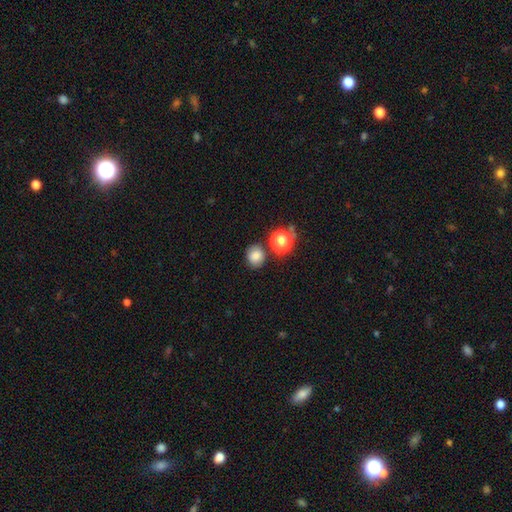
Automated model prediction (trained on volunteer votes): This is likely a smooth galaxy (80%). How rounded: likely round (71%). Merging: likely none (78%).